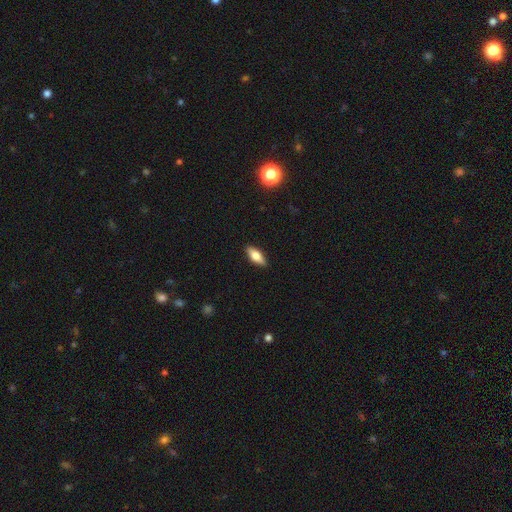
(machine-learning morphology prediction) smooth 63%, featured or disk 30%, star or artifact 7%. Down the decision tree: how rounded — in between (74%); merging — none (89%).